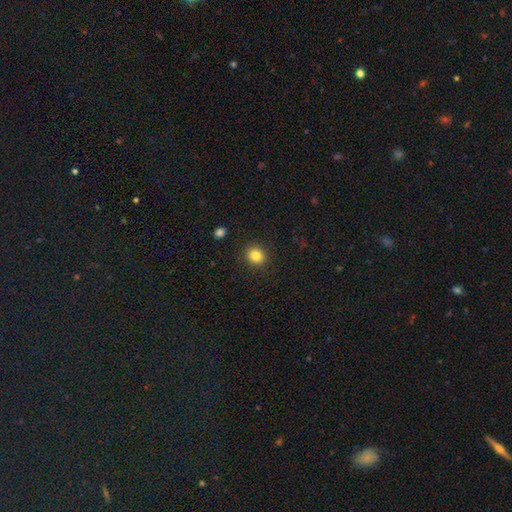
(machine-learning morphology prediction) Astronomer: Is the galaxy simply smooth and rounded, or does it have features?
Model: smooth — 83%.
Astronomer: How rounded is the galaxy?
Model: round — 83%.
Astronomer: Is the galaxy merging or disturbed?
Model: none — 90%.